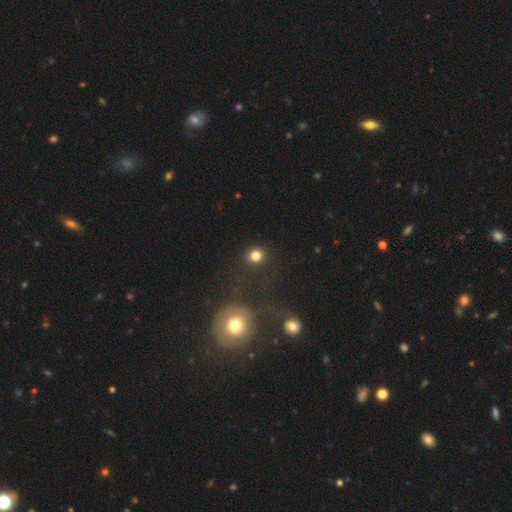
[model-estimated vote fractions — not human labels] A smooth galaxy with no disk features (81%) that is round (85%).

Vote fractions:
- Smooth or featured? smooth: 81% / star or artifact: 13% / featured or disk: 6%
- How rounded? round: 85% / in between: 14% / cigar-shaped: 1%
- Merging? none: 86% / minor disturbance: 7% / major disturbance: 3% / merger: 3%